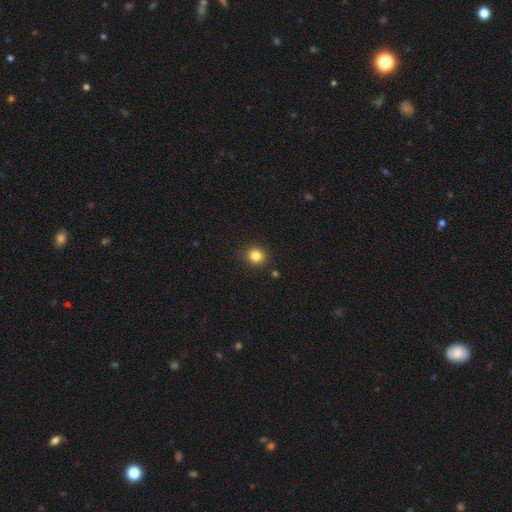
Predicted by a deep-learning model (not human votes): Smooth or featured: smooth — 83% (star or artifact — 12%)
How rounded: round — 82% (in between — 17%)
Merging: none — 88% (minor disturbance — 8%)